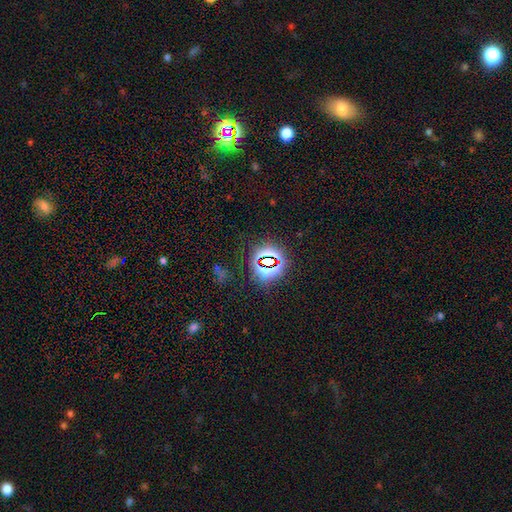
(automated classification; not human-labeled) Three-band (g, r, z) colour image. It shows a star or artifact, not a galaxy (77%).